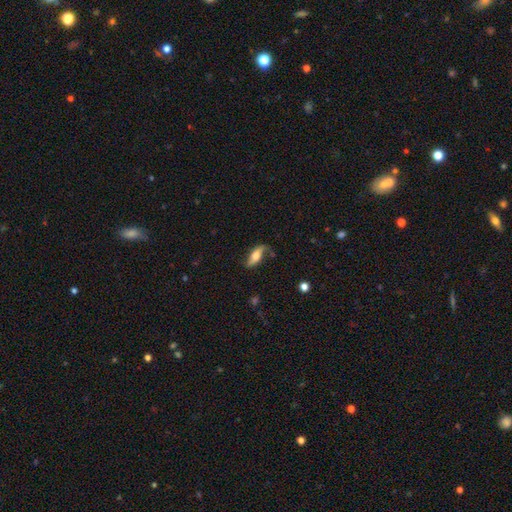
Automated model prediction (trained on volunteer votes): Smooth or featured? featured or disk (57%)
Edge-on disk? no (69%)
Merging? none (68%)